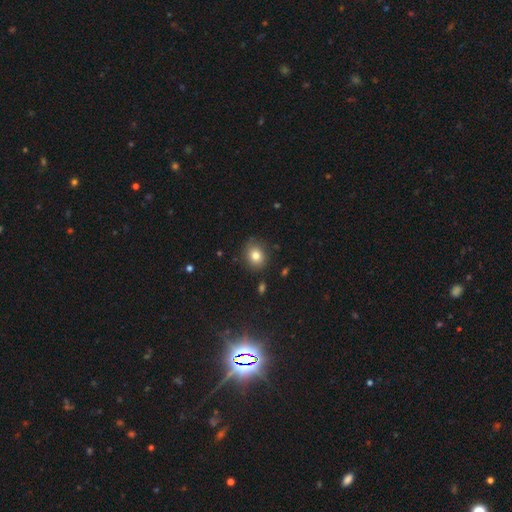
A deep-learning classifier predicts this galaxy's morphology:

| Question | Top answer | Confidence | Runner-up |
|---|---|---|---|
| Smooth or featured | smooth | 80% | star or artifact (11%) |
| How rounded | round | 65% | in between (34%) |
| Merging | none | 84% | minor disturbance (12%) |